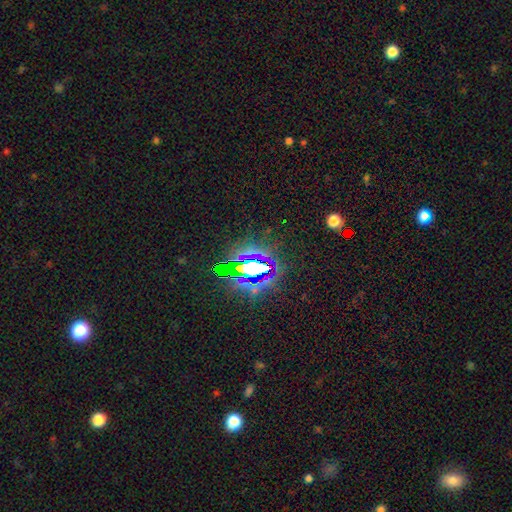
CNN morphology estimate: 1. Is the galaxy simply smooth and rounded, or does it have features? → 79% star or artifact, 11% smooth, 10% featured or disk.